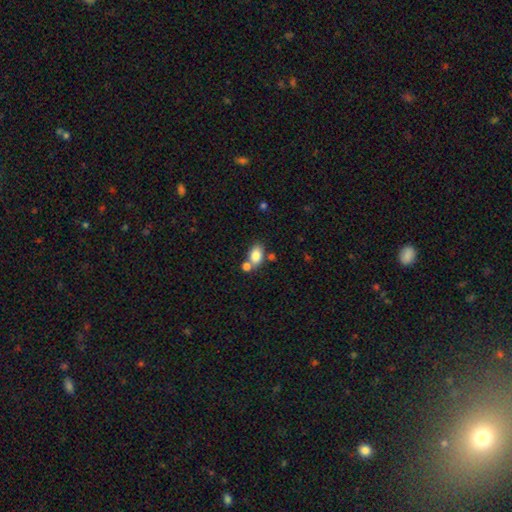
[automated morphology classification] Smooth or featured? smooth (83%)
How rounded? in between (85%)
Merging? none (51%)